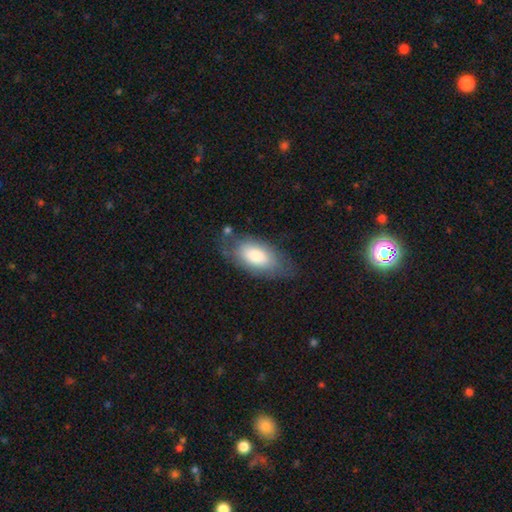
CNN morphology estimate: This appears to be a smooth galaxy with no disk features (72%) that is in between round and cigar-shaped (91%). Merging: none (67%).